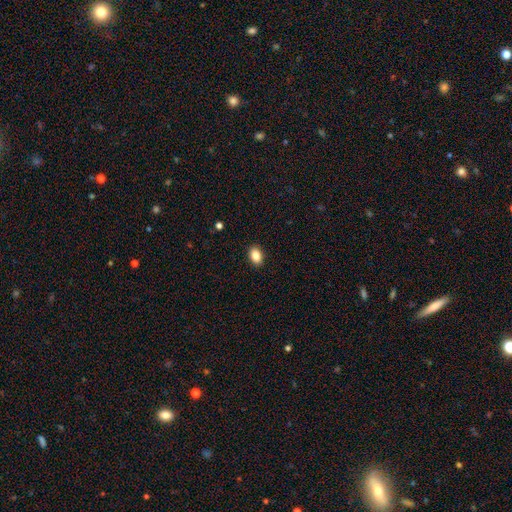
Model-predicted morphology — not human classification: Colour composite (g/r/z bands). It shows a smooth galaxy with no disk features (86%) that is in between round and cigar-shaped (83%). Merging: none (90%).